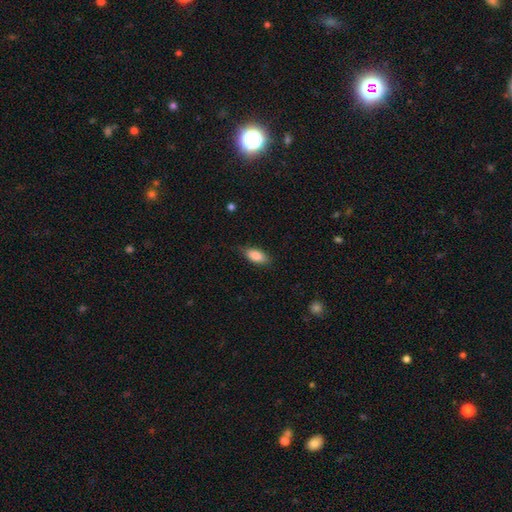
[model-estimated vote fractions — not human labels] A smooth galaxy with no disk features (84%) that is in between round and cigar-shaped (86%). Merging: none (77%).